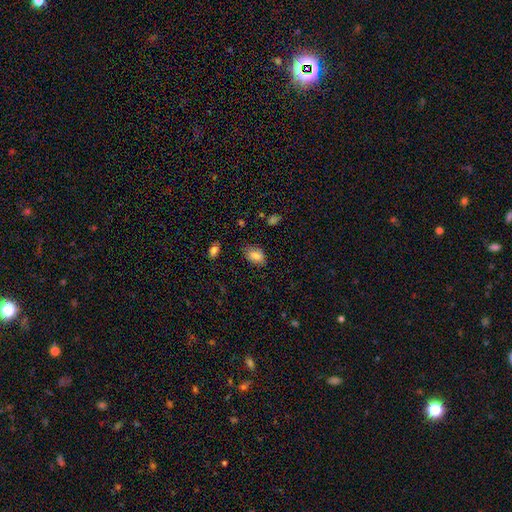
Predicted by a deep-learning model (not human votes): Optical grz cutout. It shows a smooth galaxy with no disk features (82%) that is in between round and cigar-shaped (83%). Merging: none (72%).